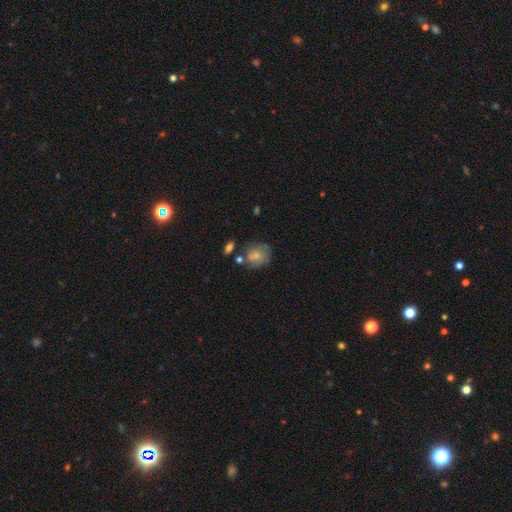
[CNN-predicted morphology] Smooth or featured?
  - smooth: 68% *
  - featured or disk: 23%
  - star or artifact: 9%
How rounded?
  - round: 69% *
  - in between: 30%
  - cigar-shaped: 1%
Merging?
  - none: 52% *
  - minor disturbance: 25%
  - merger: 12%
  - major disturbance: 10%